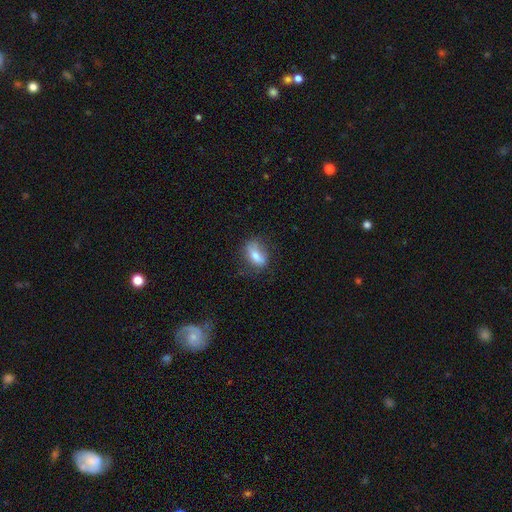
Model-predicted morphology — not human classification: This is likely a smooth galaxy (72%). How rounded: clearly in between (81%). Merging: likely none (64%).